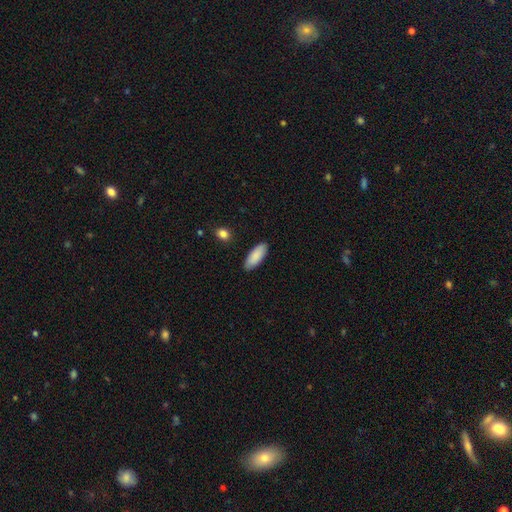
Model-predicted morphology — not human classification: Q: Smooth or featured?
A: smooth (89%); runner-up: featured or disk (6%)
Q: How rounded?
A: in between (74%); runner-up: cigar-shaped (25%)
Q: Merging?
A: none (88%); runner-up: minor disturbance (9%)